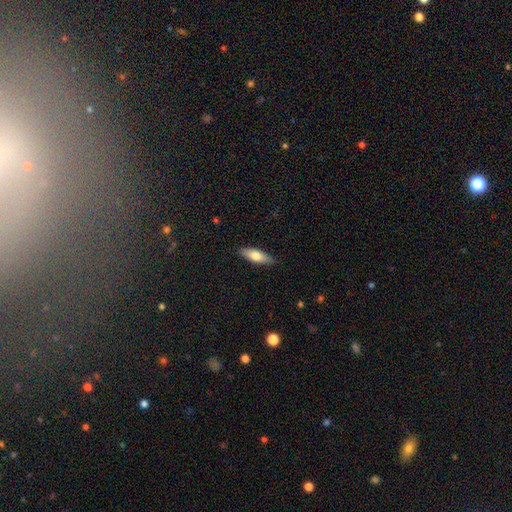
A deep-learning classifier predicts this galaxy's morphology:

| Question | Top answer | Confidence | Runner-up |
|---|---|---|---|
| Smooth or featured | smooth | 67% | featured or disk (27%) |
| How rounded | in between | 52% | cigar-shaped (45%) |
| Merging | none | 87% | minor disturbance (10%) |